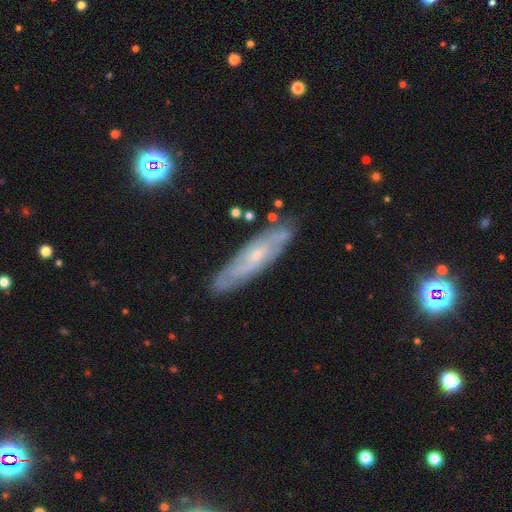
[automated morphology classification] type=featured or disk (70%); edge-on=no (68%); merging=none (81%).